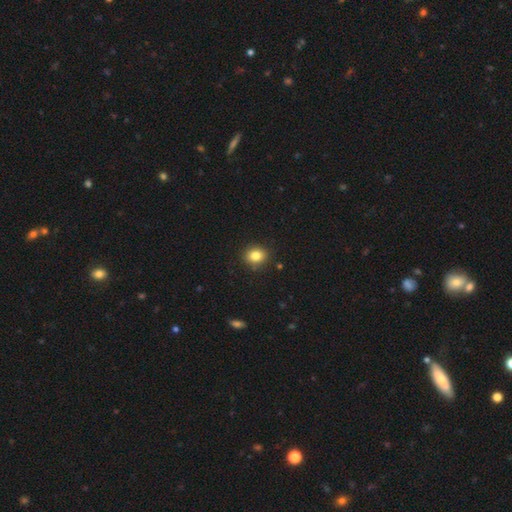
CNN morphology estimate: This appears to be a smooth galaxy with no disk features (84%) that is round (64%). Merging: none (89%).